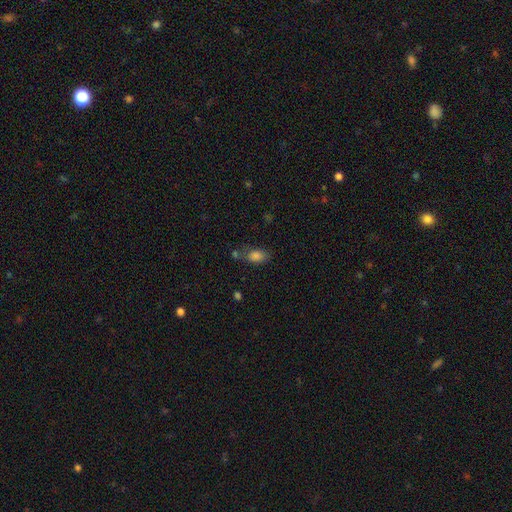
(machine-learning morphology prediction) A smooth galaxy with no disk features (82%) that is in between round and cigar-shaped (86%). Merging: none (54%).